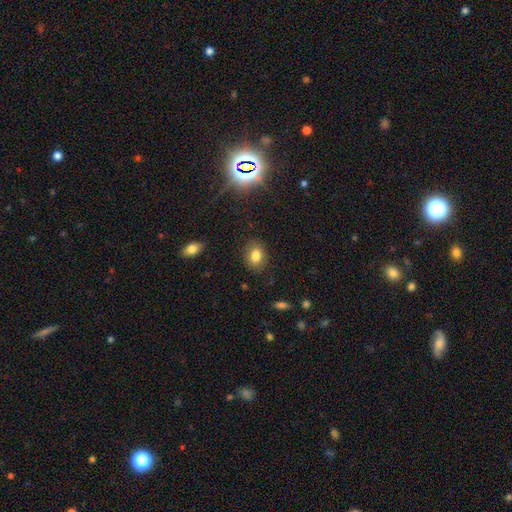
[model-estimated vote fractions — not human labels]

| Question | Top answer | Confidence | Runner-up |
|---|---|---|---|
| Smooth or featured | smooth | 81% | star or artifact (11%) |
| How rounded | in between | 69% | round (30%) |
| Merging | none | 85% | minor disturbance (11%) |